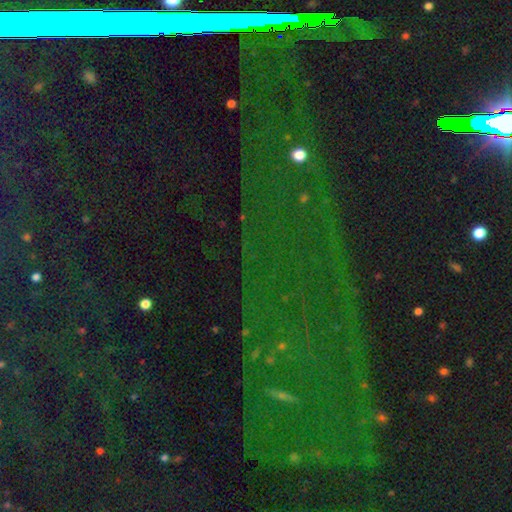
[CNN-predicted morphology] This appears to be a star or artifact, not a galaxy (85%).